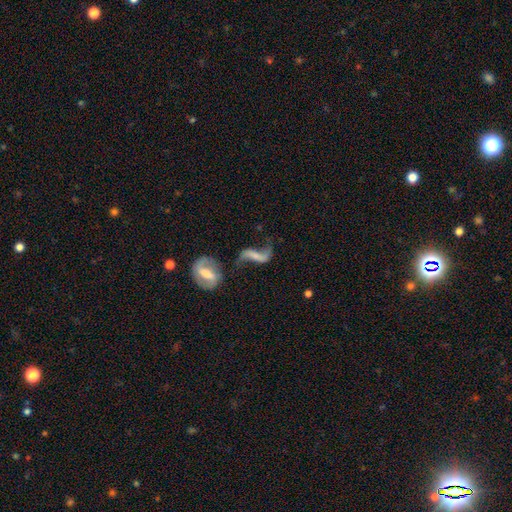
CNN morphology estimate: type=featured or disk (79%); edge-on=no (94%); bar=weak (38%); spiral arms=yes (90%); winding=loose (91%); arm count=2 (89%); bulge=none (48%); merging=none (43%).